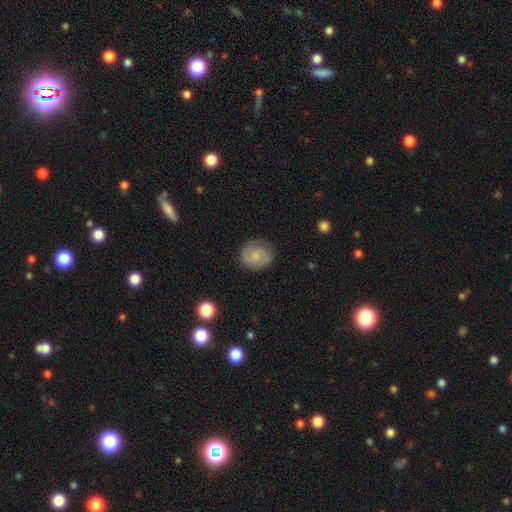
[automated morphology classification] smooth 69%, featured or disk 23%, star or artifact 8%. Down the decision tree: how rounded — round (77%); merging — none (81%).